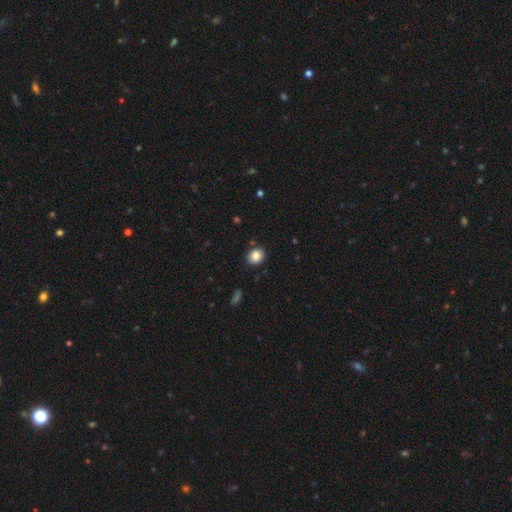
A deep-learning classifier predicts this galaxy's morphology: A smooth galaxy with no disk features (84%) that is round (62%). Merging: none (86%).